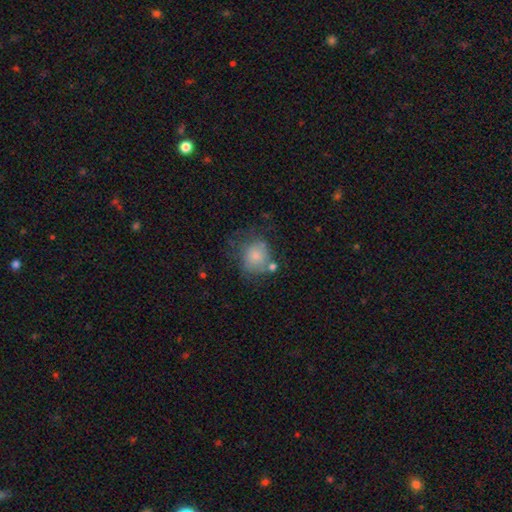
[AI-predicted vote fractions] Smooth or featured? smooth (75%)
How rounded? round (75%)
Merging? none (45%)